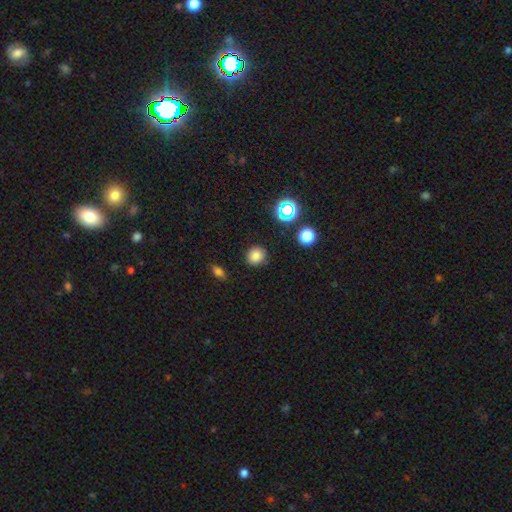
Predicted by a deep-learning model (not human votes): smooth_or_featured: smooth (p=0.81) [alt: star or artifact p=0.14]
how_rounded: round (p=0.86) [alt: in between p=0.13]
merging: none (p=0.88) [alt: minor disturbance p=0.08]